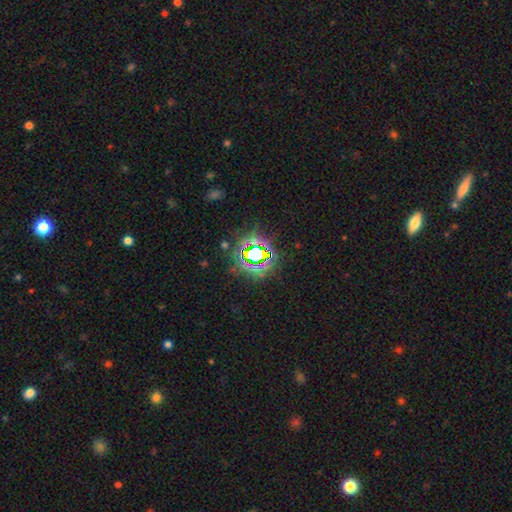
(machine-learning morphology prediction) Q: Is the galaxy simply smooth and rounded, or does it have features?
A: star or artifact — 73%.